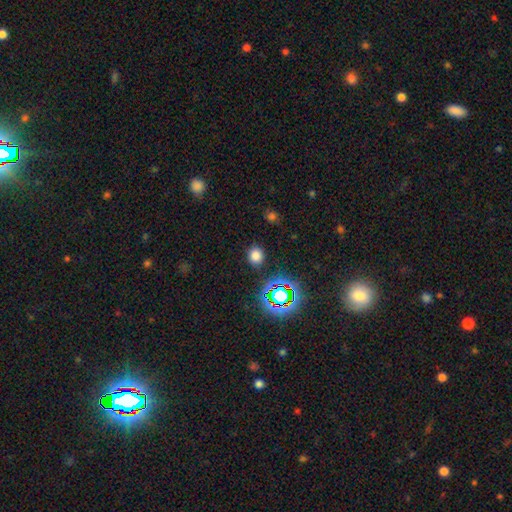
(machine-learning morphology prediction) Smooth or featured: smooth — 74% (star or artifact — 21%)
How rounded: round — 67% (in between — 32%)
Merging: none — 87% (minor disturbance — 8%)